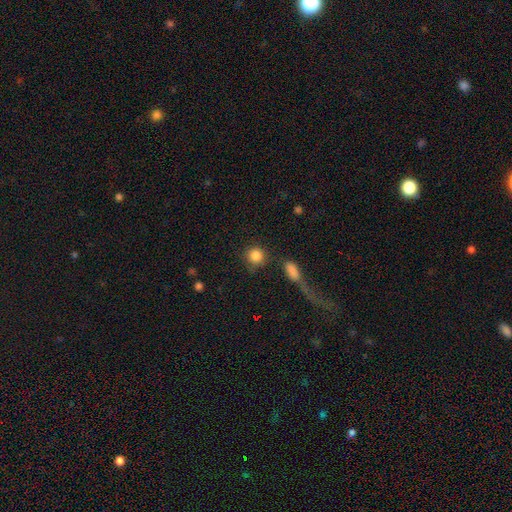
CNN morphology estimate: The model was most divided on "merging": none: 72%, minor disturbance: 11%, merger: 10%, major disturbance: 6%. More confident: how rounded — round (88%); smooth or featured — smooth (86%).